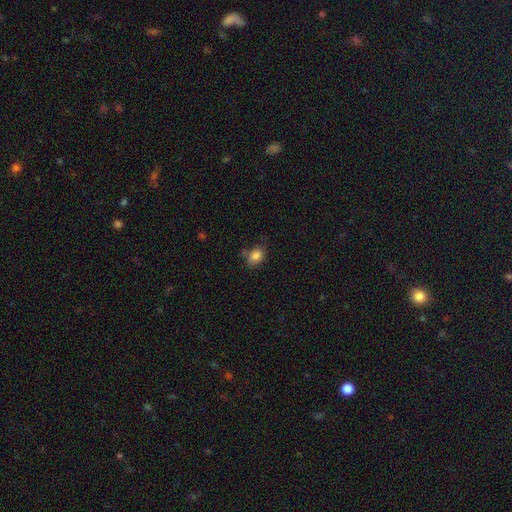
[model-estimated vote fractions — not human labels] Smooth or featured?
  - smooth: 84% *
  - star or artifact: 10%
  - featured or disk: 7%
How rounded?
  - in between: 69% *
  - round: 29%
  - cigar-shaped: 1%
Merging?
  - none: 63% *
  - minor disturbance: 23%
  - merger: 7%
  - major disturbance: 7%